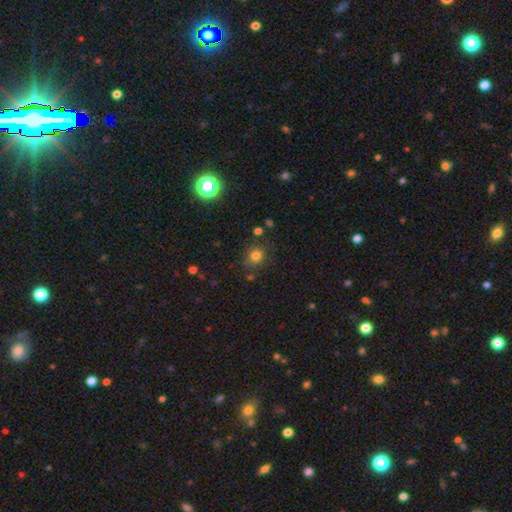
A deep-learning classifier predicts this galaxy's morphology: Smooth or featured: smooth — 77% (star or artifact — 15%)
How rounded: round — 78% (in between — 21%)
Merging: none — 77% (minor disturbance — 14%)